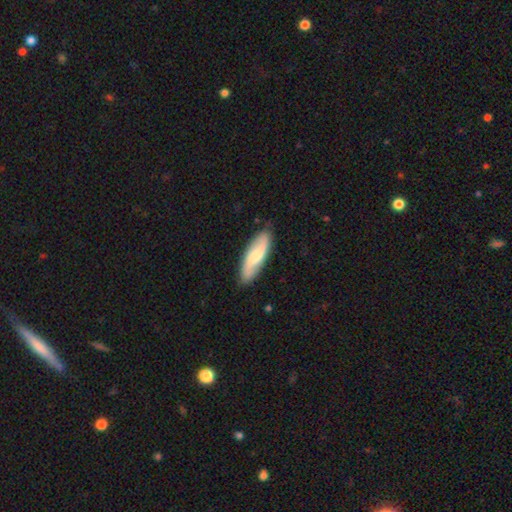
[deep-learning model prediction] Smooth or featured: featured or disk — 53% (smooth — 43%)
Edge-on disk: no — 84% (yes — 16%)
Merging: none — 85% (minor disturbance — 12%)